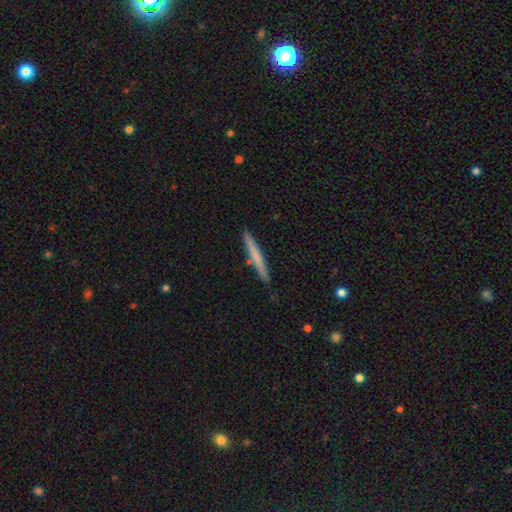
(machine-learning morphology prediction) A smooth galaxy with no disk features (63%) that is cigar-shaped (97%).

Vote fractions:
- Smooth or featured? smooth: 63% / featured or disk: 31% / star or artifact: 5%
- How rounded? cigar-shaped: 97% / in between: 2% / round: 1%
- Merging? none: 89% / minor disturbance: 7% / merger: 2% / major disturbance: 1%